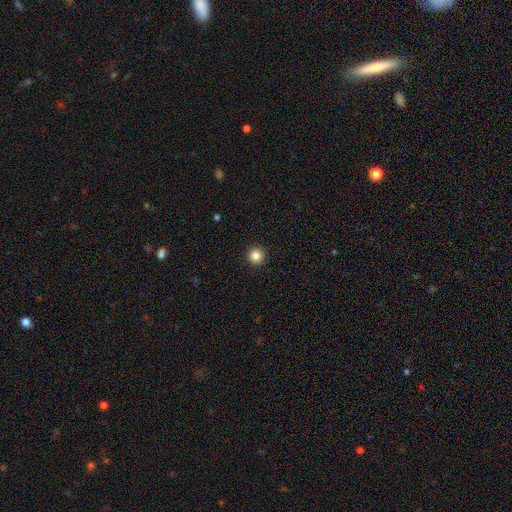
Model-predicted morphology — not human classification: Q: Smooth or featured?
A: smooth (85%); runner-up: star or artifact (11%)
Q: How rounded?
A: round (97%); runner-up: in between (2%)
Q: Merging?
A: none (94%); runner-up: minor disturbance (4%)